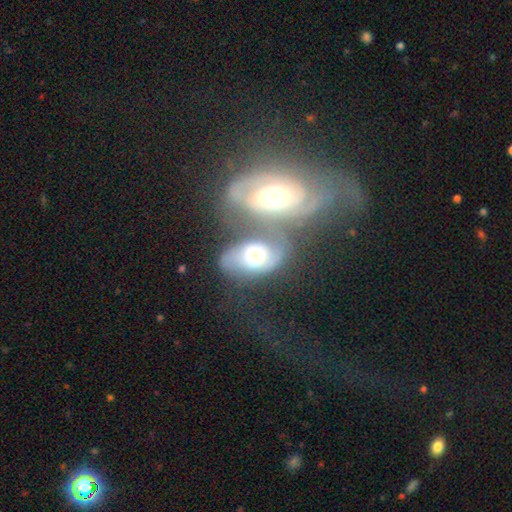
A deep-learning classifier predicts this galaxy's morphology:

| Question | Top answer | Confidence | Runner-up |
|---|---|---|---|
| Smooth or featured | featured or disk | 58% | smooth (35%) |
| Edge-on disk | no | 94% | yes (6%) |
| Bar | no | 67% | weak (26%) |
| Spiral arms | yes | 79% | no (21%) |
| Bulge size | moderate | 62% | large (24%) |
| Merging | merger | 62% | none (20%) |